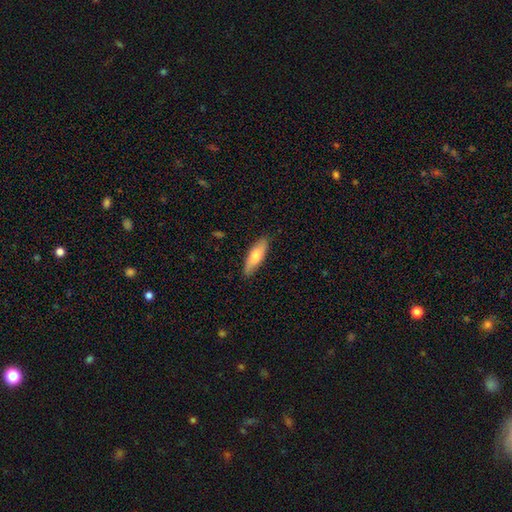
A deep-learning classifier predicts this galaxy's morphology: type=smooth (72%); roundness=in between (51%); merging=none (85%).